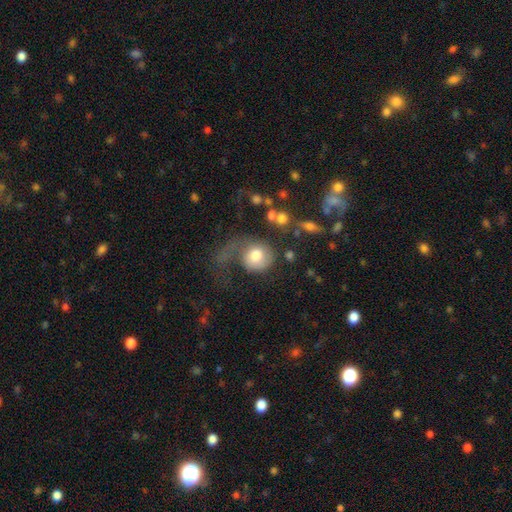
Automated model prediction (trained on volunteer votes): Q: Smooth or featured?
A: smooth (65%); runner-up: featured or disk (27%)
Q: How rounded?
A: round (72%); runner-up: in between (27%)
Q: Merging?
A: major disturbance (53%); runner-up: none (25%)